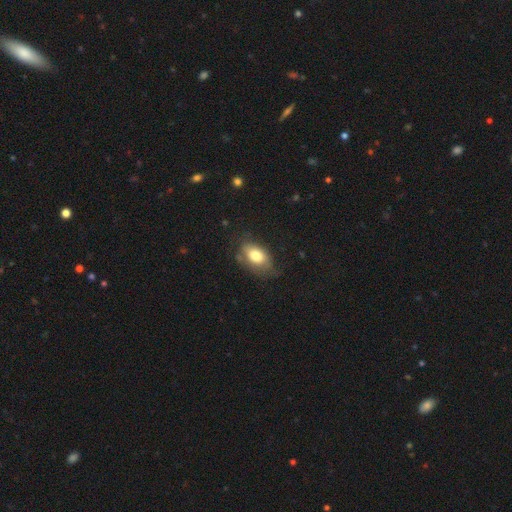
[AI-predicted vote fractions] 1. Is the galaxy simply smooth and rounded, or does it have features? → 75% smooth, 17% featured or disk, 8% star or artifact.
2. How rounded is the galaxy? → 88% in between, 10% round, 2% cigar-shaped.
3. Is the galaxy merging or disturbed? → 58% none, 29% minor disturbance, 11% major disturbance, 2% merger.